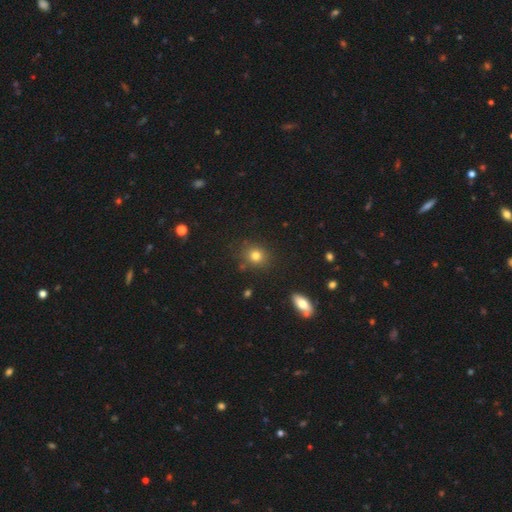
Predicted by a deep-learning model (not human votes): Overall: smooth (79%). How rounded: round (77%). Merging: none (84%).